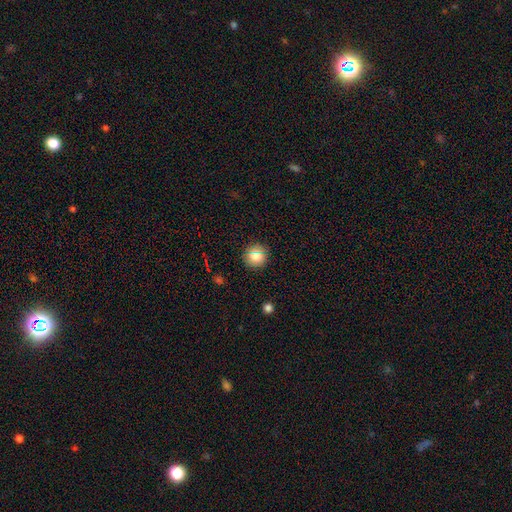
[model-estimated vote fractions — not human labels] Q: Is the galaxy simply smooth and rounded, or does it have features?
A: smooth — 79%.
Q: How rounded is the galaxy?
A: round — 88%.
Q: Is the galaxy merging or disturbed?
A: none — 88%.